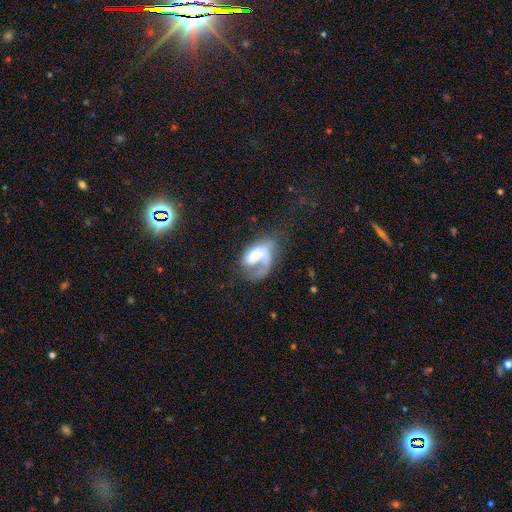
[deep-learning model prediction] Q: Smooth or featured?
A: featured or disk (62%); runner-up: smooth (31%)
Q: Edge-on disk?
A: no (96%); runner-up: yes (4%)
Q: Bar?
A: no (67%); runner-up: weak (26%)
Q: Spiral arms?
A: yes (74%); runner-up: no (26%)
Q: Bulge size?
A: moderate (56%); runner-up: small (28%)
Q: Merging?
A: major disturbance (42%); runner-up: none (29%)